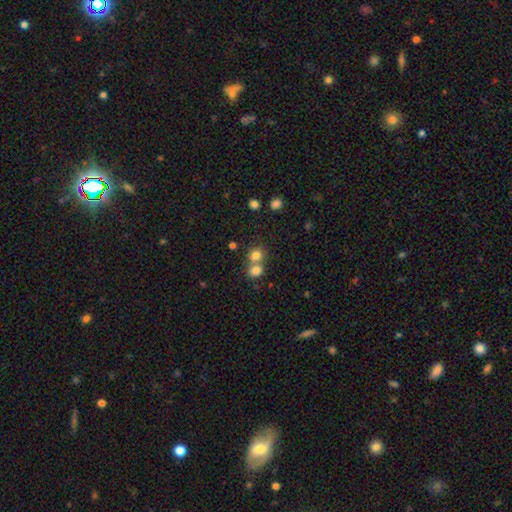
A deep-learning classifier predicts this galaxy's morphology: type=smooth (78%); roundness=round (75%); merging=merger (50%).